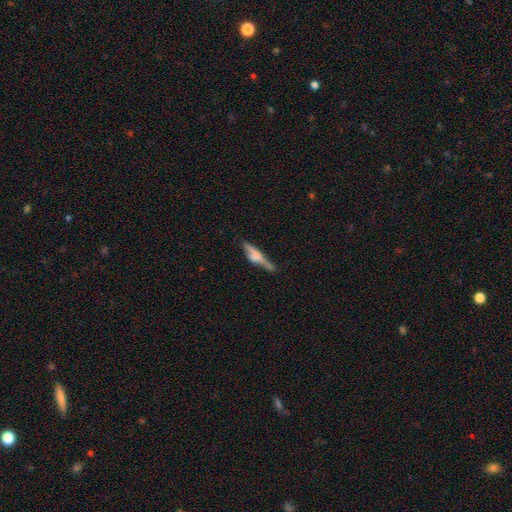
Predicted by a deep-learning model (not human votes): Q: Smooth or featured?
A: featured or disk (51%); runner-up: smooth (41%)
Q: Edge-on disk?
A: yes (90%); runner-up: no (10%)
Q: Merging?
A: none (56%); runner-up: minor disturbance (23%)